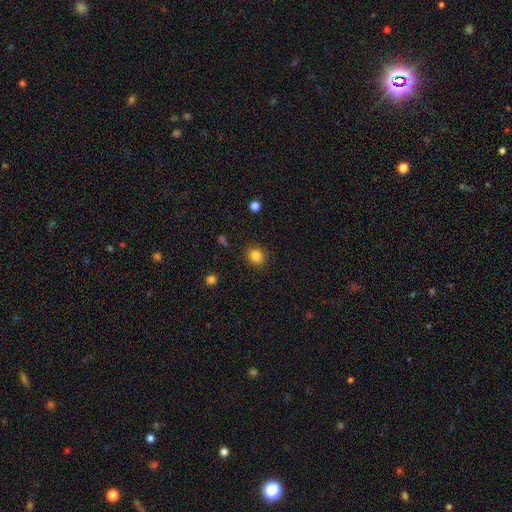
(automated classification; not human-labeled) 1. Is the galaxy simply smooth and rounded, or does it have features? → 84% smooth, 12% star or artifact, 5% featured or disk.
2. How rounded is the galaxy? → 77% round, 22% in between, 1% cigar-shaped.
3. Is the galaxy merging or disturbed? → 88% none, 8% minor disturbance, 2% major disturbance, 1% merger.